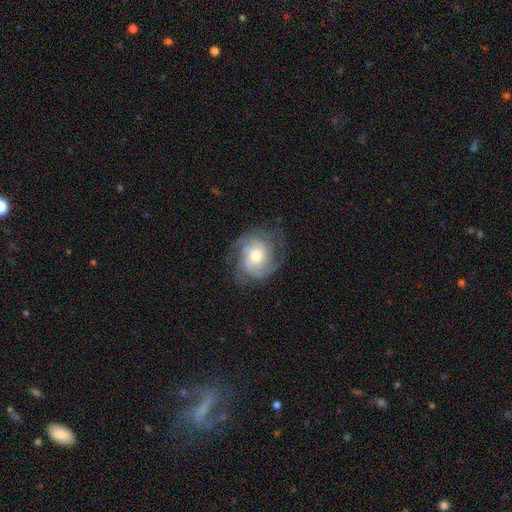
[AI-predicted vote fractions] Morphology: type=featured or disk (85%); edge-on=no (97%); bar=no (69%); spiral arms=yes (96%); winding=tight (52%); arm count=3 (37%); bulge=moderate (69%); merging=none (75%).